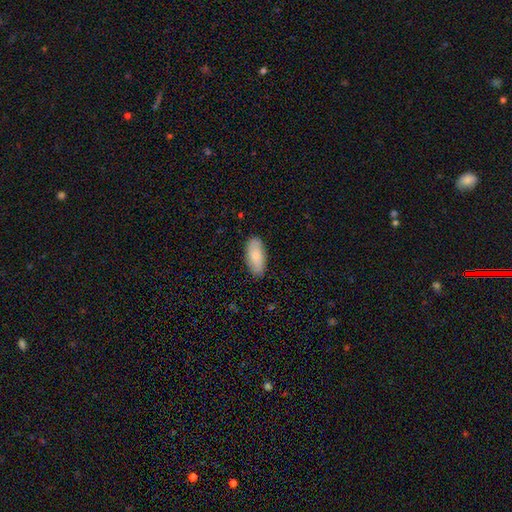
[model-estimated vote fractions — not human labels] Smooth or featured: smooth — 77% (featured or disk — 18%)
How rounded: in between — 89% (cigar-shaped — 8%)
Merging: none — 86% (minor disturbance — 11%)